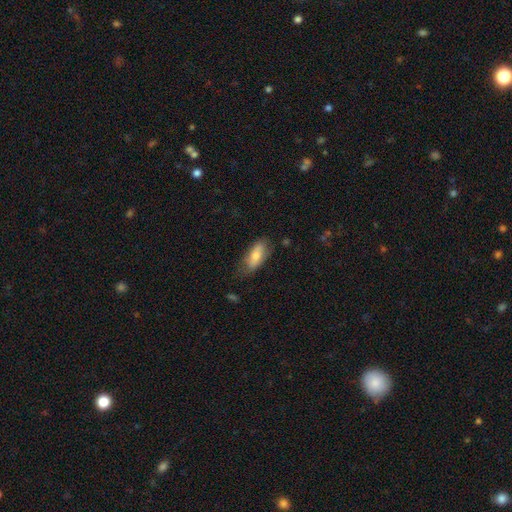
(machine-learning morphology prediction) Smooth or featured: smooth — 75% (featured or disk — 19%)
How rounded: in between — 83% (cigar-shaped — 15%)
Merging: none — 63% (minor disturbance — 27%)